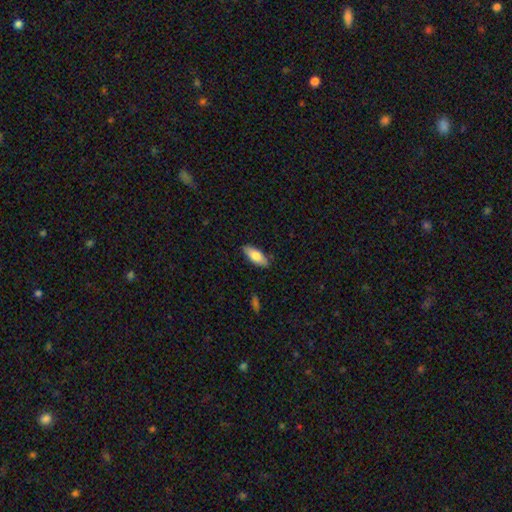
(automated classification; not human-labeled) smooth_or_featured: smooth (p=0.77) [alt: featured or disk p=0.17]
how_rounded: in between (p=0.76) [alt: cigar-shaped p=0.22]
merging: none (p=0.85) [alt: minor disturbance p=0.12]